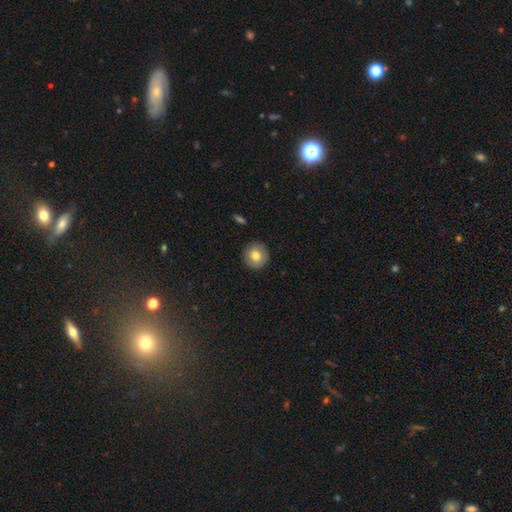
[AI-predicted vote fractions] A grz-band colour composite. It shows a smooth galaxy with no disk features (77%) that is round (91%). Merging: none (90%).